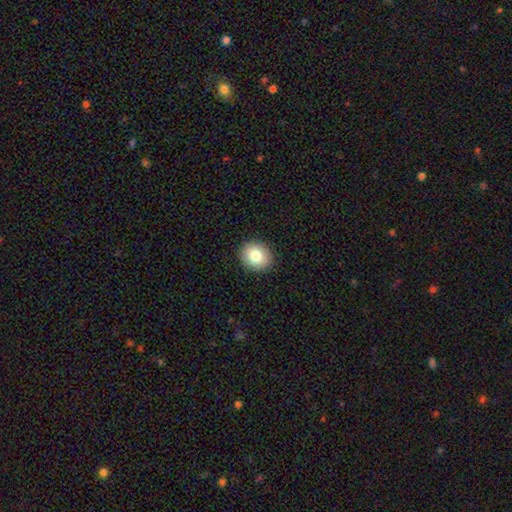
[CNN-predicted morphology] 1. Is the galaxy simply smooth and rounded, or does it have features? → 80% smooth, 11% featured or disk, 9% star or artifact.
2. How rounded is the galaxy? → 72% round, 27% in between, 1% cigar-shaped.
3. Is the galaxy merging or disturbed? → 91% none, 6% minor disturbance, 2% major disturbance, 1% merger.